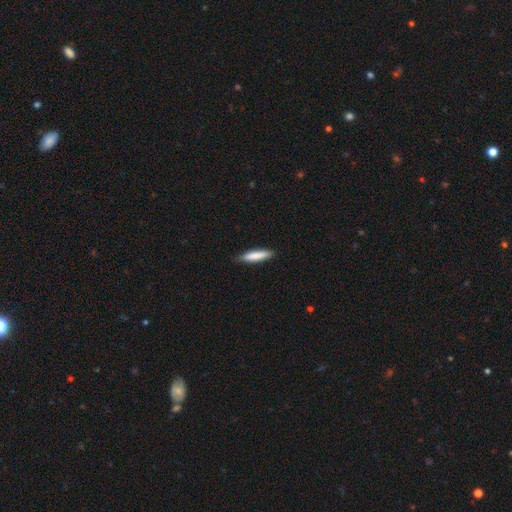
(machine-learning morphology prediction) Smooth or featured?
  - smooth: 81% *
  - featured or disk: 14%
  - star or artifact: 5%
How rounded?
  - cigar-shaped: 84% *
  - in between: 15%
  - round: 1%
Merging?
  - none: 84% *
  - minor disturbance: 12%
  - major disturbance: 2%
  - merger: 1%